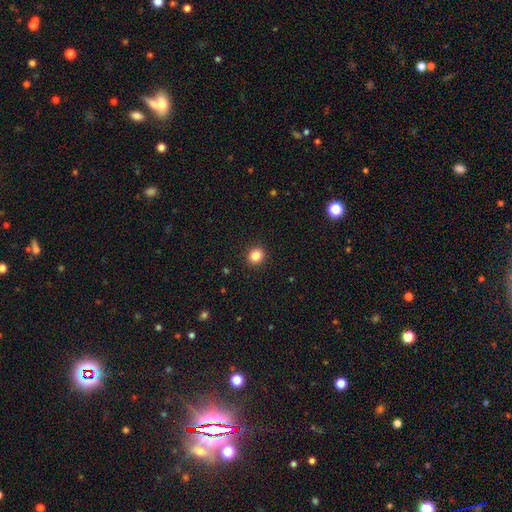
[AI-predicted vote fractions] Overall: smooth (85%). How rounded: round (80%). Merging: none (92%).